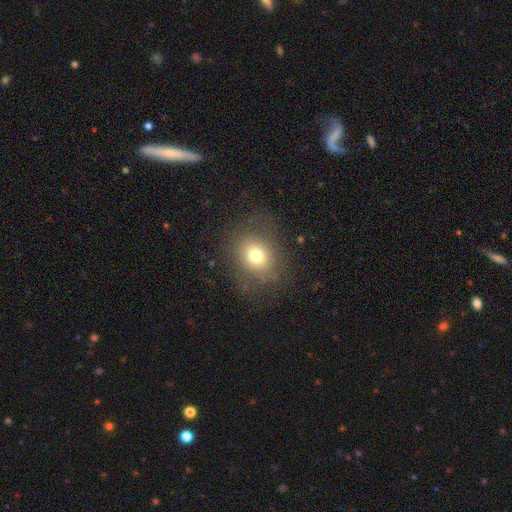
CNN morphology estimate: Q: Smooth or featured?
A: smooth (73%); runner-up: star or artifact (14%)
Q: How rounded?
A: round (62%); runner-up: in between (37%)
Q: Merging?
A: none (77%); runner-up: minor disturbance (13%)